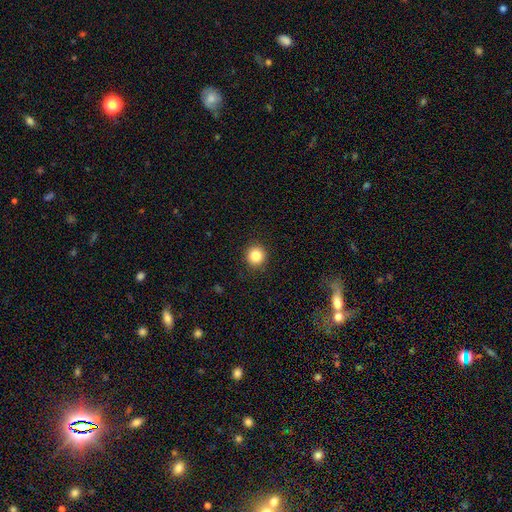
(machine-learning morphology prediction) Q: Smooth or featured?
A: smooth (85%); runner-up: star or artifact (10%)
Q: How rounded?
A: round (93%); runner-up: in between (6%)
Q: Merging?
A: none (92%); runner-up: minor disturbance (5%)